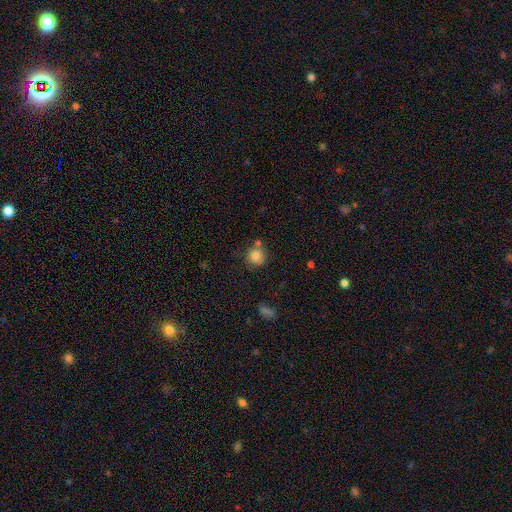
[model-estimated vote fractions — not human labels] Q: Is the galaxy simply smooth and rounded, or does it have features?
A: smooth — 83%.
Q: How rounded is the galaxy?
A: round — 90%.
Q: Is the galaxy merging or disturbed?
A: none — 67%.